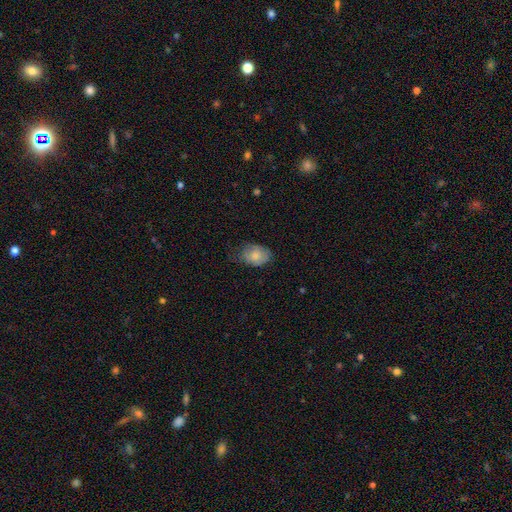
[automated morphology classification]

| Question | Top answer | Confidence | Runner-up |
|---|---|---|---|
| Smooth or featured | smooth | 79% | featured or disk (14%) |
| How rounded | in between | 76% | round (23%) |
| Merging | none | 57% | minor disturbance (32%) |